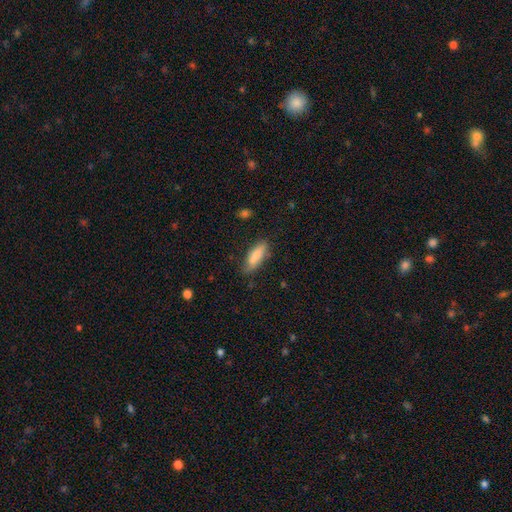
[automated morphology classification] This appears to be a smooth galaxy with no disk features (79%) that is in between round and cigar-shaped (62%). Merging: none (71%).